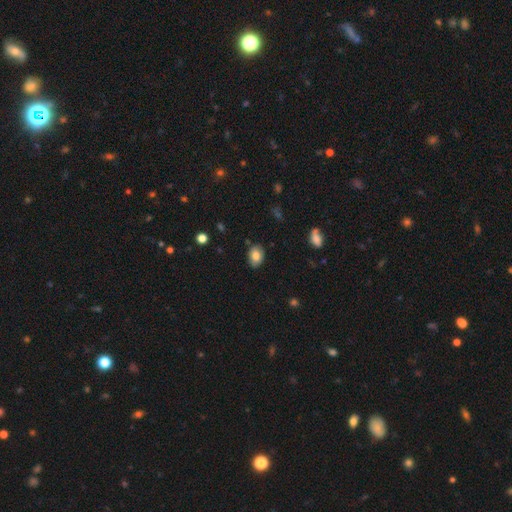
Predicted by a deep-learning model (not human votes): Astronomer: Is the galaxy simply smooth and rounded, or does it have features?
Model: smooth — 79%.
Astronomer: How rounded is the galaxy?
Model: in between — 71%.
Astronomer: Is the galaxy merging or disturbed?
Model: none — 83%.